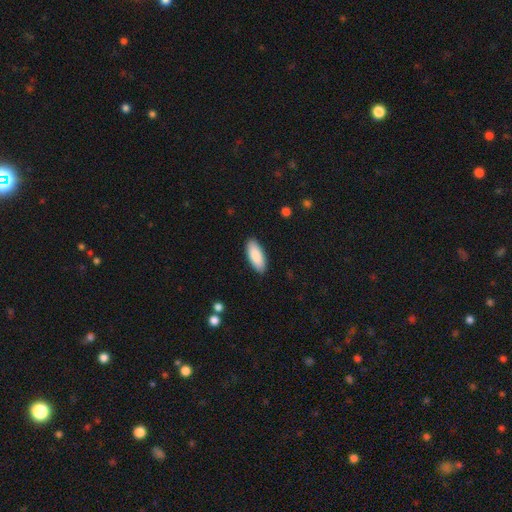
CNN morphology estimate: type=smooth (89%); roundness=in between (79%); merging=none (89%).